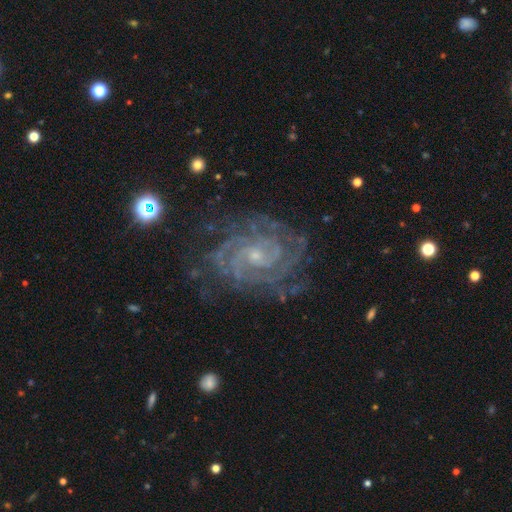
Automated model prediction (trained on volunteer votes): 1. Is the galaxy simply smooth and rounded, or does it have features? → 91% featured or disk, 6% star or artifact, 3% smooth.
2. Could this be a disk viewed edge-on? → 98% no, 2% yes.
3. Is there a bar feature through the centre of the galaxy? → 59% no, 30% weak, 10% strong.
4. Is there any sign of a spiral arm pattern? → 98% yes, 2% no.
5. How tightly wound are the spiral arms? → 80% tight, 17% medium, 2% loose.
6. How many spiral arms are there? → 33% 2, 18% 3, 17% can't tell, 15% 4, 9% more than 4, 8% 1.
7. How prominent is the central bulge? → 78% small, 17% moderate, 3% none, 1% large, 1% dominant.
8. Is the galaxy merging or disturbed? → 77% none, 16% minor disturbance, 6% major disturbance, 1% merger.